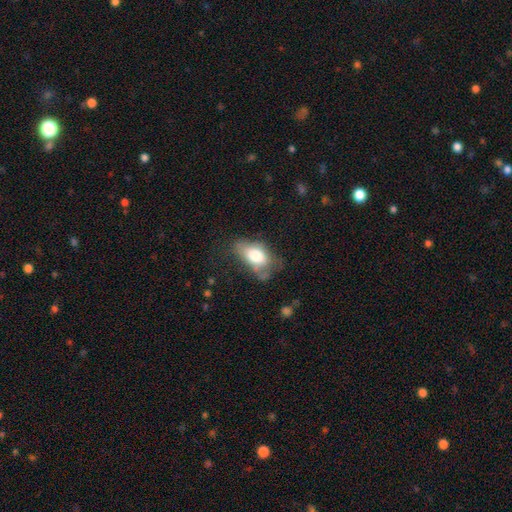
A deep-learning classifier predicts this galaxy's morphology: smooth-or-featured: smooth: 72% | featured or disk: 20% | star or artifact: 8%
  how-rounded: in between: 89% | round: 8% | cigar-shaped: 3%
  merging: none: 37% | minor disturbance: 34% | major disturbance: 24% | merger: 4%